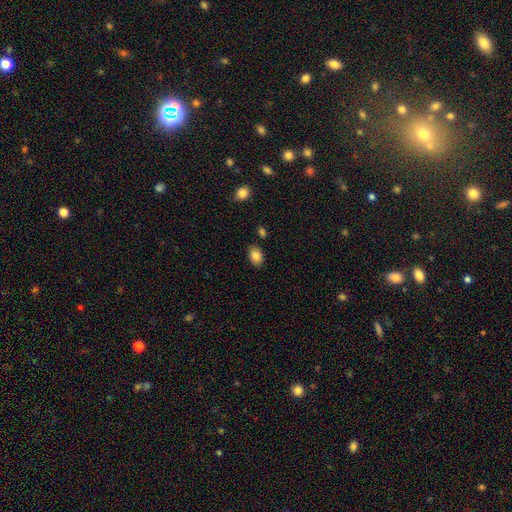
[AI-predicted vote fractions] Smooth or featured? Predicted: smooth (p=0.85). How rounded? Predicted: in between (p=0.85). Merging? Predicted: none (p=0.83).